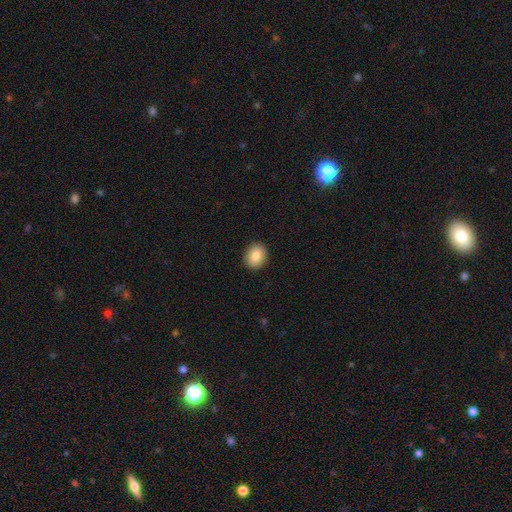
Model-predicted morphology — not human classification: This is clearly a smooth galaxy (87%). How rounded: possibly round (57%). Merging: clearly none (91%).